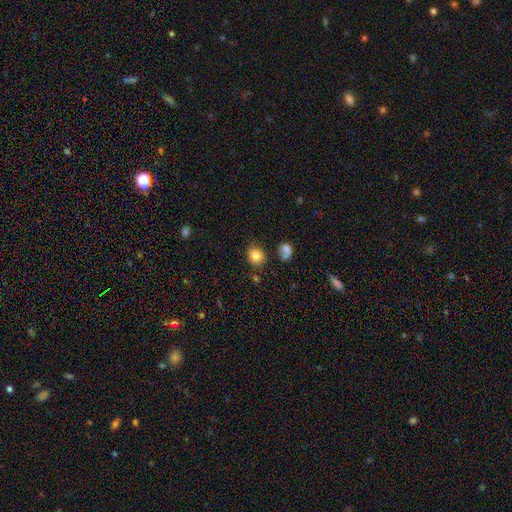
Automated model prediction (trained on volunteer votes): Smooth or featured?
  - smooth: 82% *
  - star or artifact: 11%
  - featured or disk: 8%
How rounded?
  - round: 73% *
  - in between: 26%
  - cigar-shaped: 1%
Merging?
  - none: 71% *
  - minor disturbance: 16%
  - merger: 7%
  - major disturbance: 6%